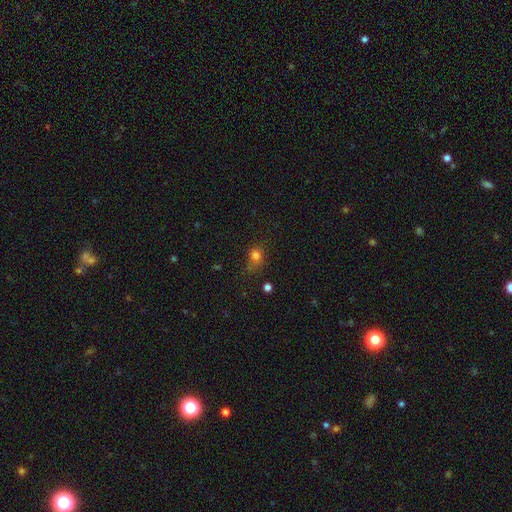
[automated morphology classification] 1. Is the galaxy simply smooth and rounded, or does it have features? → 77% smooth, 16% star or artifact, 7% featured or disk.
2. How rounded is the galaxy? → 66% round, 33% in between, 2% cigar-shaped.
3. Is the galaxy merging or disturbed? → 56% none, 27% minor disturbance, 12% major disturbance, 5% merger.